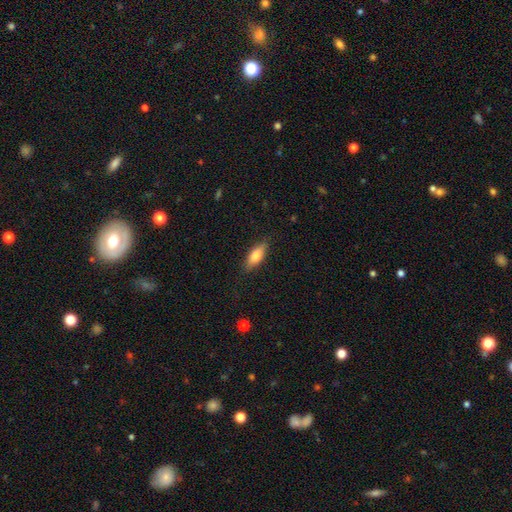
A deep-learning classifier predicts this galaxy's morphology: type=smooth (73%); roundness=in between (69%); merging=none (84%).